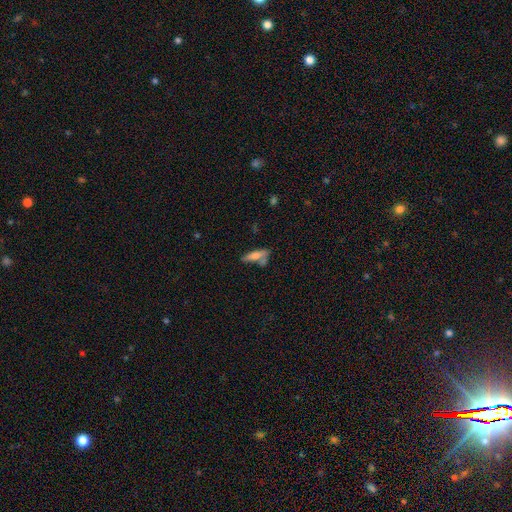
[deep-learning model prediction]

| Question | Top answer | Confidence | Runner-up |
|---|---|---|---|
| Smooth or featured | smooth | 68% | featured or disk (24%) |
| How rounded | cigar-shaped | 61% | in between (37%) |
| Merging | none | 55% | merger (21%) |